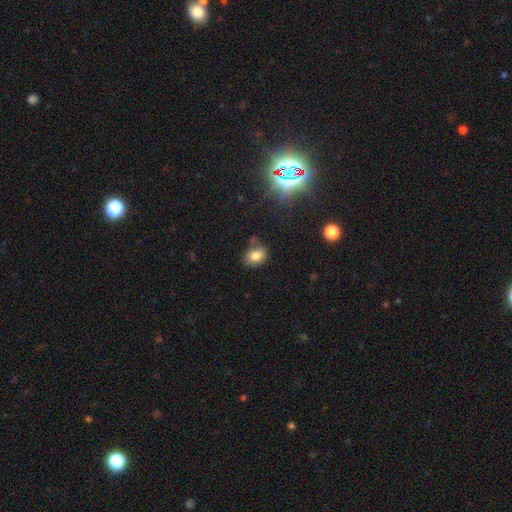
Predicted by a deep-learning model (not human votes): The model was most divided on "how rounded": in between: 71%, round: 28%, cigar-shaped: 1%. More confident: smooth or featured — smooth (78%); merging — none (68%).